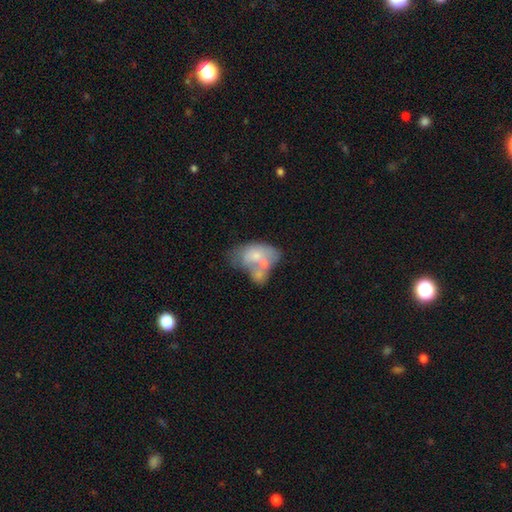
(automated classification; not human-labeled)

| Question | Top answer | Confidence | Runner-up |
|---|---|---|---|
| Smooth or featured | smooth | 52% | featured or disk (40%) |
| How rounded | in between | 87% | round (12%) |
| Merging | merger | 57% | none (16%) |